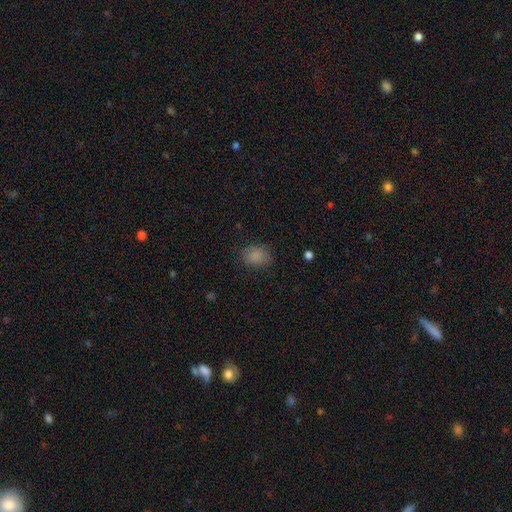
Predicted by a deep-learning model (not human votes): This appears to be a smooth galaxy with no disk features (85%) that is in between round and cigar-shaped (64%). Merging: none (80%).